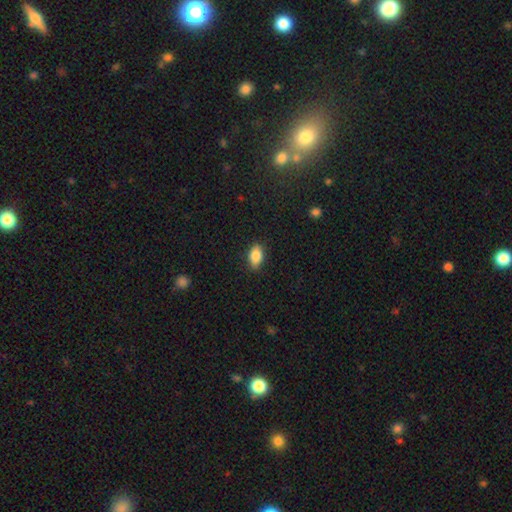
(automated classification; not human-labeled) This appears to be a smooth galaxy with no disk features (85%) that is in between round and cigar-shaped (89%). Merging: none (87%).